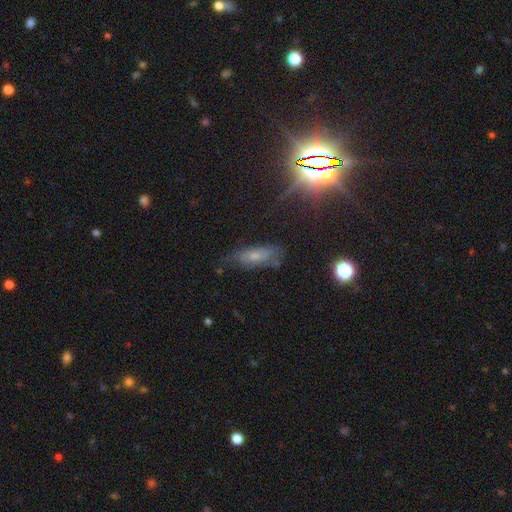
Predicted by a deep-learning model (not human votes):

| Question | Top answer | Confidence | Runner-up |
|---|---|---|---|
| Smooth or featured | featured or disk | 41% | smooth (37%) |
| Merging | none | 60% | minor disturbance (26%) |